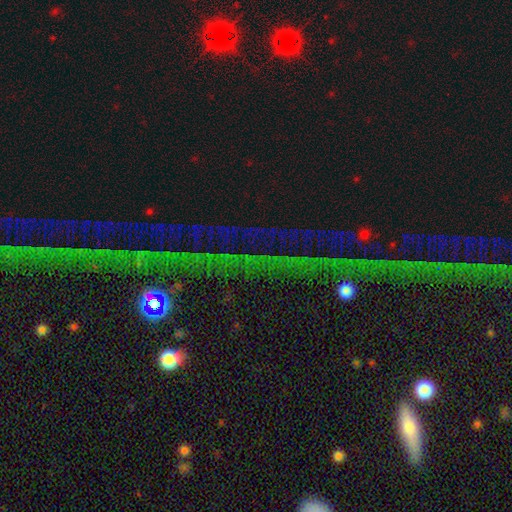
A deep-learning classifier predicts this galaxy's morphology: star or artifact 79%, smooth 11%, featured or disk 10%.